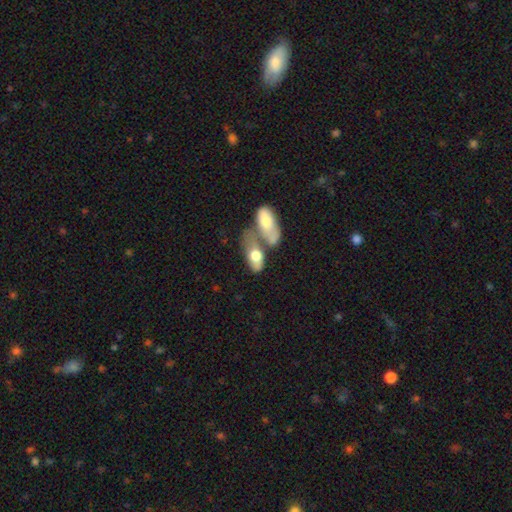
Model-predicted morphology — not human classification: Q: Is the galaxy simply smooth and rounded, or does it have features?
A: smooth — 64%.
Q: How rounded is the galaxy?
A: in between — 89%.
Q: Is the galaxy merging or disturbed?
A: merger — 64%.